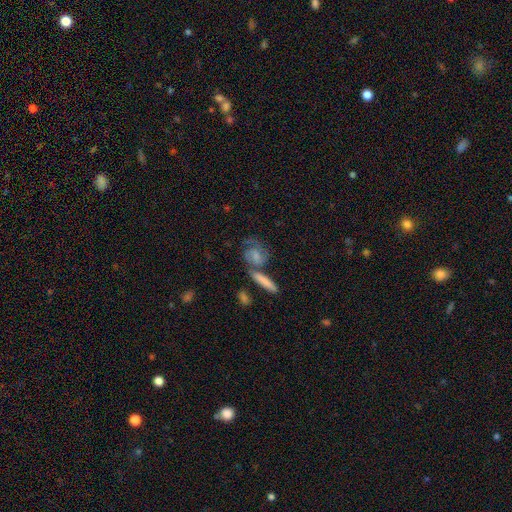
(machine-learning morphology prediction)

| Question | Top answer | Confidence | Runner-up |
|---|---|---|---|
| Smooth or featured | featured or disk | 57% | smooth (35%) |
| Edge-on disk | no | 92% | yes (8%) |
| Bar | no | 56% | weak (34%) |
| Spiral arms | yes | 87% | no (13%) |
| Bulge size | moderate | 32% | tied: small (32%) |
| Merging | none | 48% | merger (23%) |